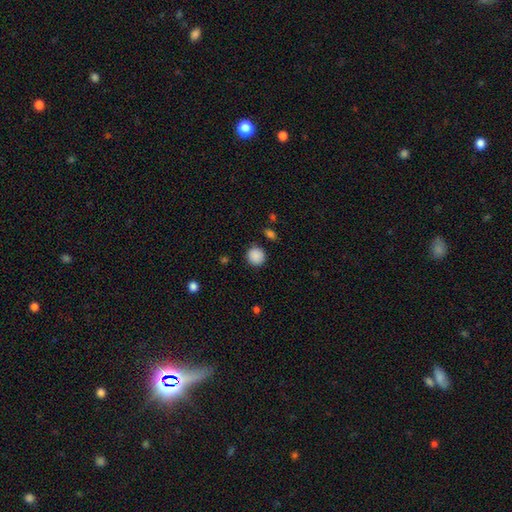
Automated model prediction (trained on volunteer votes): Smooth or featured? smooth (88%)
How rounded? round (92%)
Merging? none (86%)